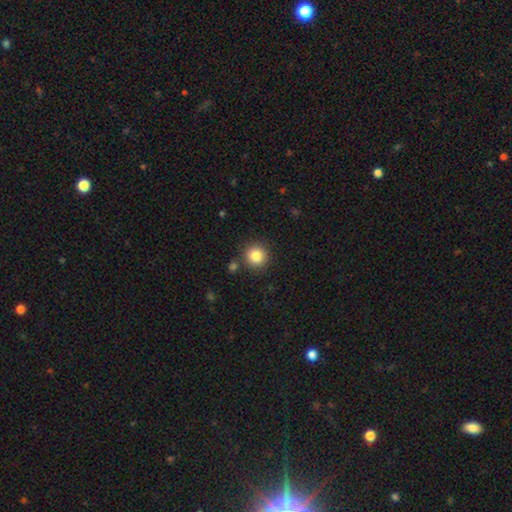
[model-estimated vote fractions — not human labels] smooth_or_featured: smooth (p=0.84) [alt: star or artifact p=0.10]
how_rounded: round (p=0.94) [alt: in between p=0.05]
merging: none (p=0.87) [alt: minor disturbance p=0.07]